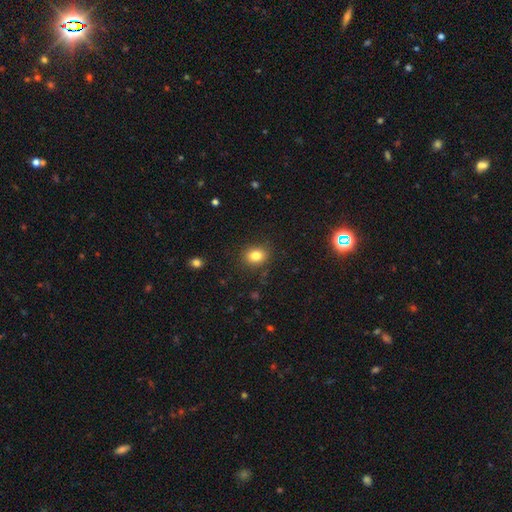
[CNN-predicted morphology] Smooth or featured: smooth — 82% (star or artifact — 11%)
How rounded: round — 56% (in between — 43%)
Merging: none — 87% (minor disturbance — 9%)